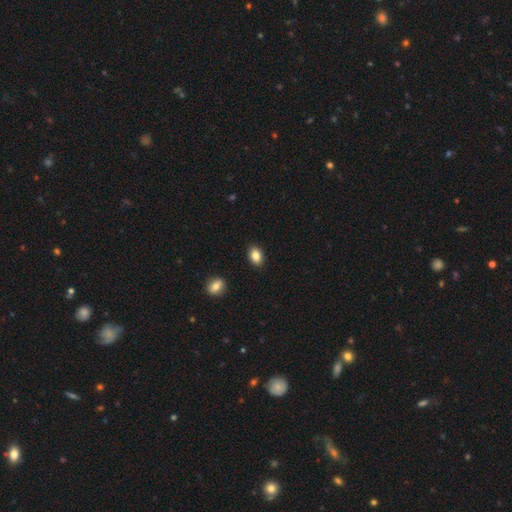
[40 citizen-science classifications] Smooth or featured? smooth (78%)
How rounded? in between (87%)
Merging? none (92%)